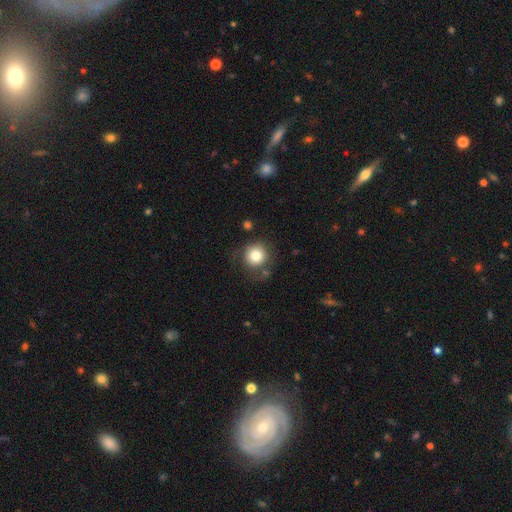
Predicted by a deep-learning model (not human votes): Smooth or featured? Predicted: smooth (p=0.80). How rounded? Predicted: round (p=0.92). Merging? Predicted: none (p=0.71).